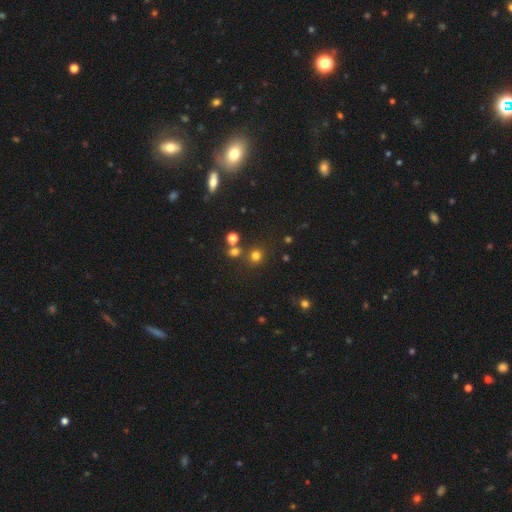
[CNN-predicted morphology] smooth_or_featured: smooth (p=0.72) [alt: star or artifact p=0.22]
how_rounded: round (p=0.90) [alt: in between p=0.09]
merging: none (p=0.78) [alt: merger p=0.11]